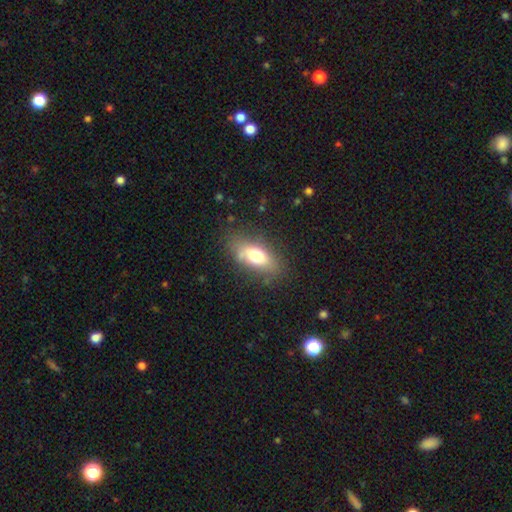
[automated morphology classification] Overall: smooth (66%). How rounded: in between (84%). Merging: none (67%).